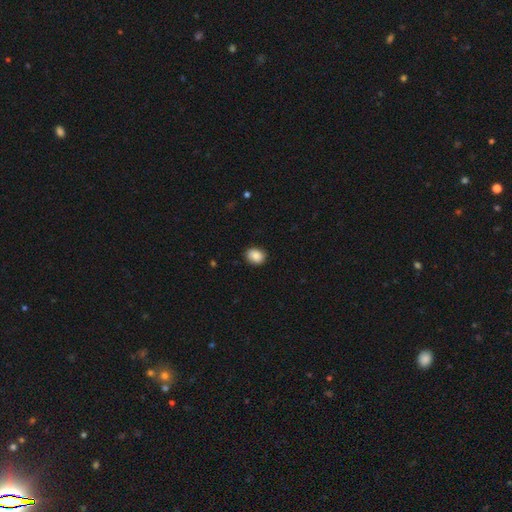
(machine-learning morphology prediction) smooth_or_featured: smooth (p=0.87) [alt: star or artifact p=0.08]
how_rounded: round (p=0.50) [alt: in between p=0.49]
merging: none (p=0.86) [alt: minor disturbance p=0.11]